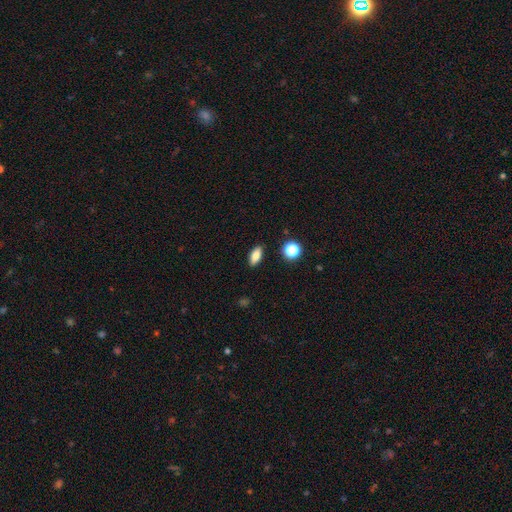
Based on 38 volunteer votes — Volunteers were most divided on "how rounded": in between: 73%, cigar-shaped: 15%, round: 12%. More confident: merging — none (92%); smooth or featured — smooth (87%).